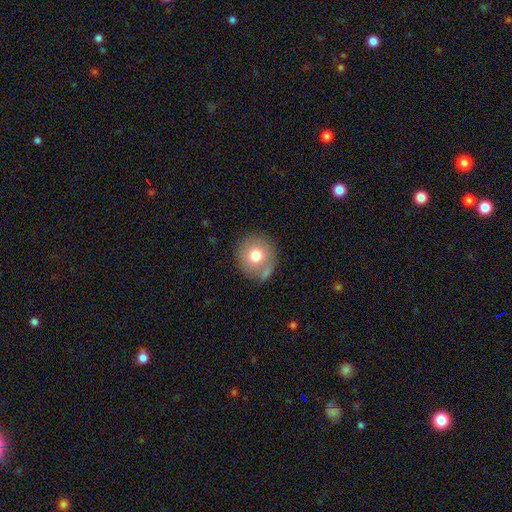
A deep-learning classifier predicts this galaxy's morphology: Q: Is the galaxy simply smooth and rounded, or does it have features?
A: smooth — 75%.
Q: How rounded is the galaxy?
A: round — 91%.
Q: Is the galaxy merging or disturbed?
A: none — 71%.